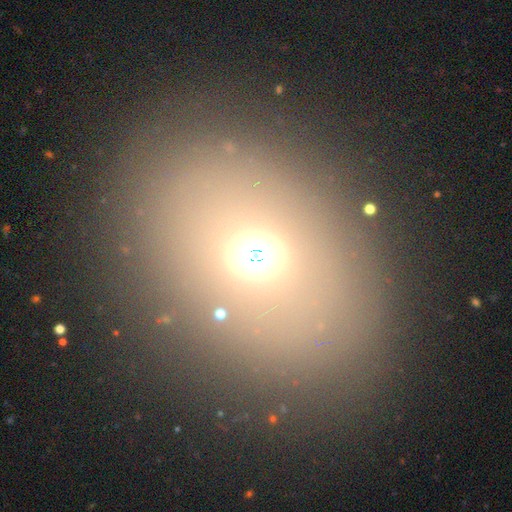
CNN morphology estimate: smooth-or-featured: smooth: 59% | star or artifact: 22% | featured or disk: 20%
  how-rounded: in between: 63% | round: 35% | cigar-shaped: 2%
  merging: none: 82% | minor disturbance: 9% | major disturbance: 6% | merger: 3%